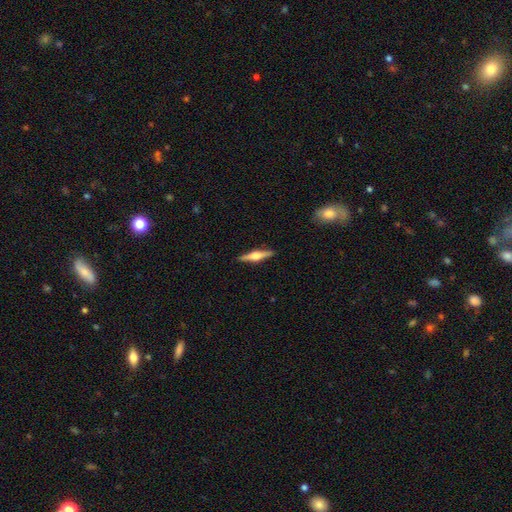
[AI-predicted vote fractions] Smooth or featured: featured or disk — 68% (smooth — 26%)
Edge-on disk: yes — 98% (no — 2%)
Edge-on bulge: rounded — 88% (boxy — 10%)
Merging: none — 91% (minor disturbance — 7%)